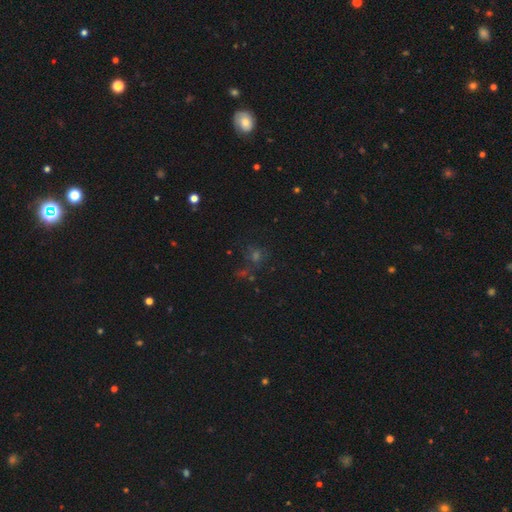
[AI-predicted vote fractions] Smooth or featured? Predicted: star or artifact (p=0.46).